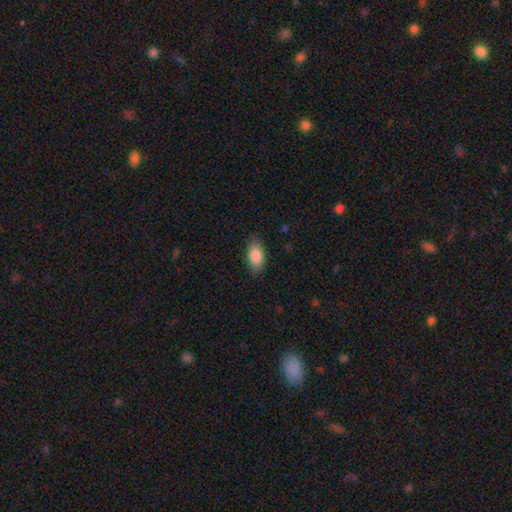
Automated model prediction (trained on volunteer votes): This appears to be a smooth galaxy with no disk features (85%) that is in between round and cigar-shaped (92%). Merging: none (84%).